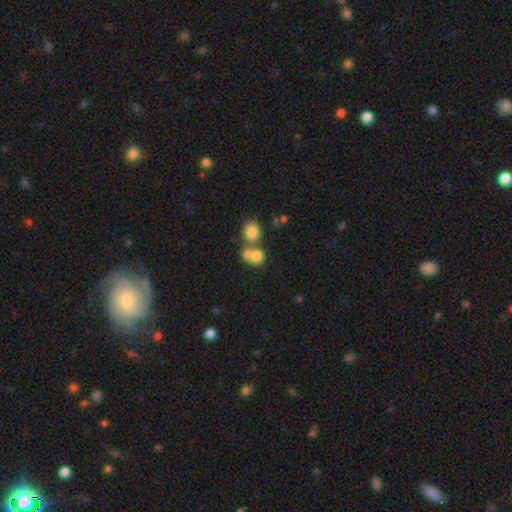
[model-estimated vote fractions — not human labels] Smooth or featured: smooth — 74% (featured or disk — 14%)
How rounded: round — 80% (in between — 19%)
Merging: merger — 54% (none — 36%)